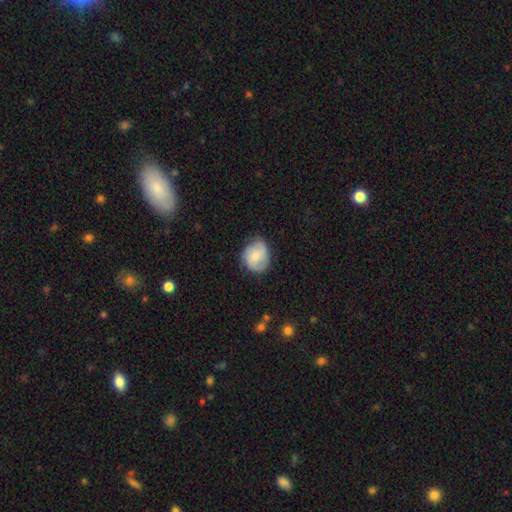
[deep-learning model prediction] A smooth galaxy with no disk features (61%) that is round (64%).

Vote fractions:
- Smooth or featured? smooth: 61% / featured or disk: 33% / star or artifact: 7%
- How rounded? round: 64% / in between: 35% / cigar-shaped: 1%
- Merging? none: 63% / minor disturbance: 28% / major disturbance: 7% / merger: 1%